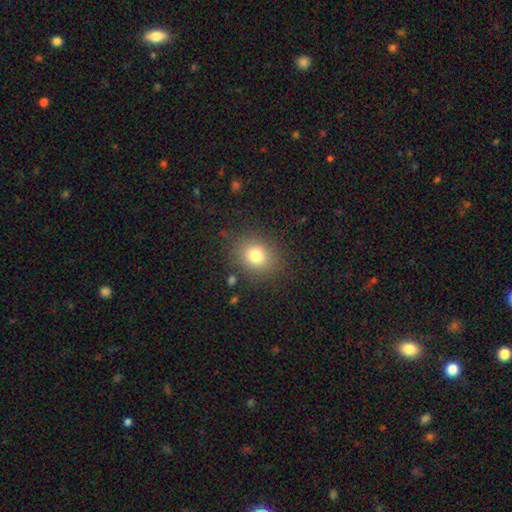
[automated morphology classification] A smooth galaxy with no disk features (78%) that is round (65%).

Vote fractions:
- Smooth or featured? smooth: 78% / star or artifact: 13% / featured or disk: 9%
- How rounded? round: 65% / in between: 34% / cigar-shaped: 1%
- Merging? none: 84% / minor disturbance: 10% / major disturbance: 4% / merger: 2%